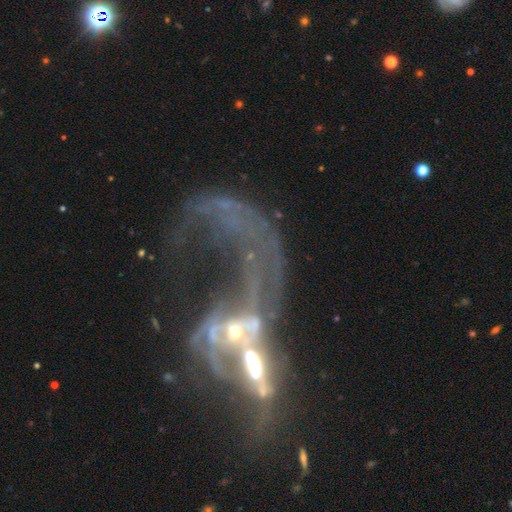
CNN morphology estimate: featured or disk 74%, star or artifact 14%, smooth 12%. Down the decision tree: edge-on disk — no (93%); bar — no (63%); spiral arms — yes (52%); bulge size — moderate (38%); merging — merger (62%).